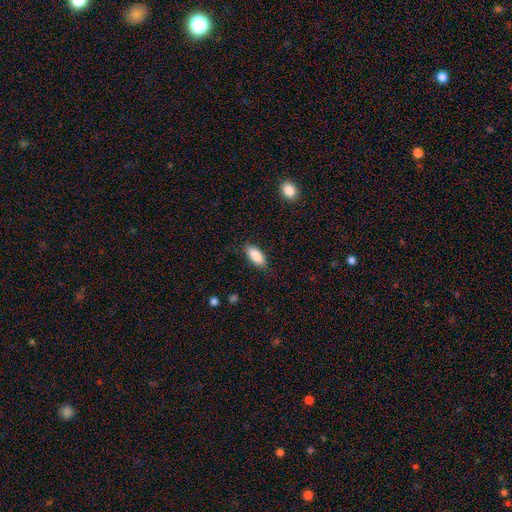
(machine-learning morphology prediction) Smooth or featured? Predicted: smooth (p=0.88). How rounded? Predicted: in between (p=0.82). Merging? Predicted: none (p=0.84).